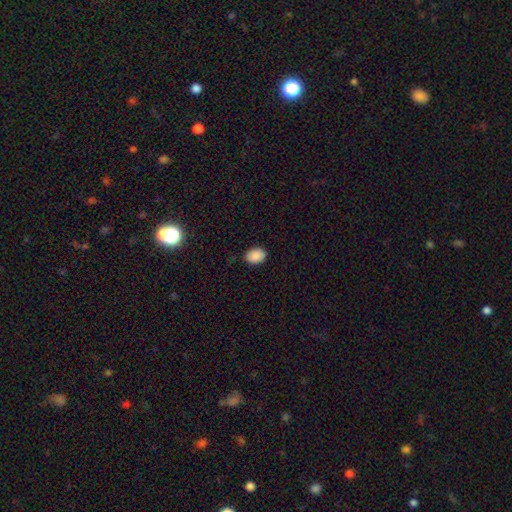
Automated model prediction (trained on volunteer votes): A smooth galaxy with no disk features (89%) that is in between round and cigar-shaped (79%). Merging: none (86%).